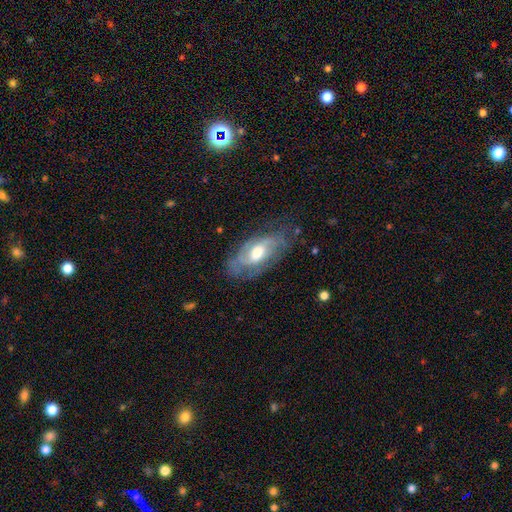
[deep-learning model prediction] Smooth or featured?
  - featured or disk: 76% *
  - smooth: 17%
  - star or artifact: 7%
Edge-on disk?
  - no: 91% *
  - yes: 9%
Bar?
  - no: 52% *
  - weak: 38%
  - strong: 10%
Spiral arms?
  - yes: 85% *
  - no: 15%
Spiral winding?
  - tight: 43% *
  - medium: 40%
  - loose: 17%
Spiral arm count?
  - 2: 49% *
  - can't tell: 31%
  - 3: 9%
  - 1: 5%
  - 4: 3%
  - more than 4: 3%
Bulge size?
  - moderate: 63% *
  - large: 26%
  - small: 9%
  - none: 2%
  - dominant: 2%
Merging?
  - none: 68% *
  - minor disturbance: 22%
  - major disturbance: 9%
  - merger: 1%